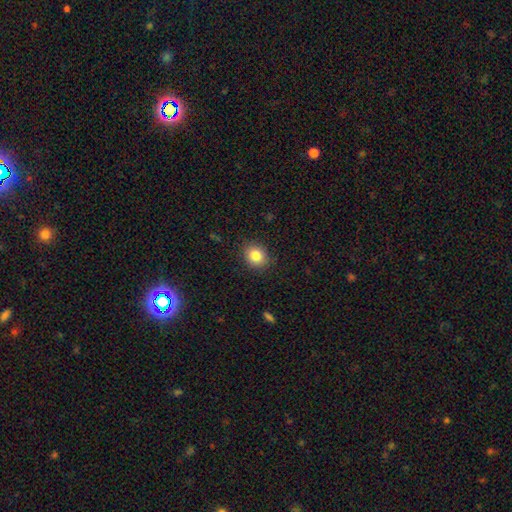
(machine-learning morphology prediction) Smooth or featured? Predicted: smooth (p=0.84). How rounded? Predicted: round (p=0.69). Merging? Predicted: none (p=0.87).